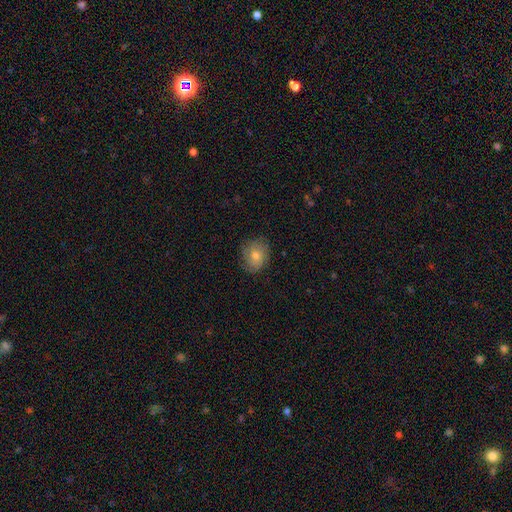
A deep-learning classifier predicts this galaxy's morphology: This appears to be a smooth galaxy with no disk features (48%). Merging: none (78%).